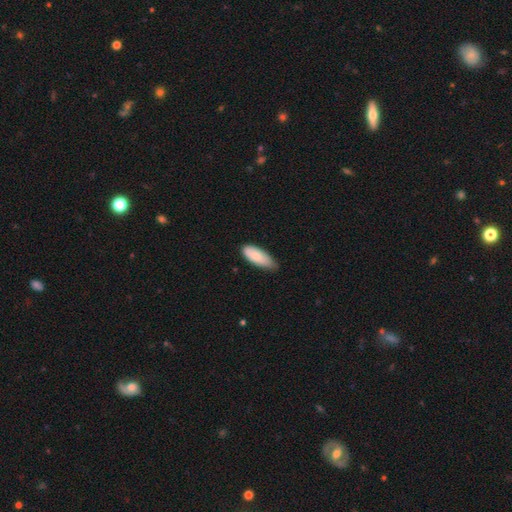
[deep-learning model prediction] The model was most divided on "merging": none: 61%, minor disturbance: 34%, major disturbance: 4%, merger: 1%. More confident: smooth or featured — smooth (84%); how rounded — in between (79%).